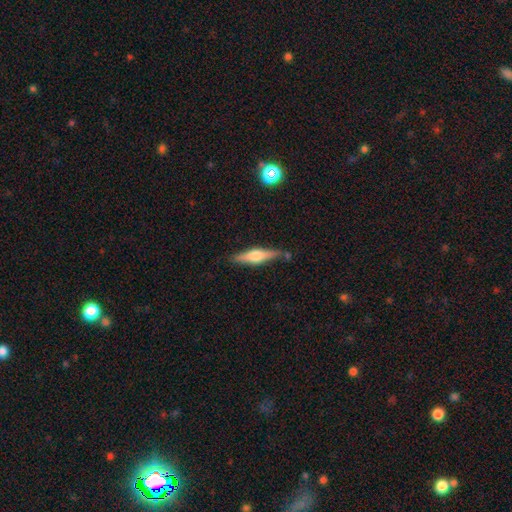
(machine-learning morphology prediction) Smooth or featured? featured or disk (54%)
Edge-on disk? yes (95%)
Edge-on bulge? rounded (85%)
Merging? none (81%)